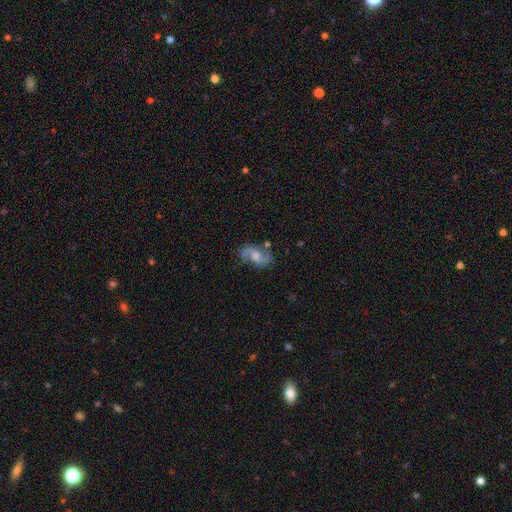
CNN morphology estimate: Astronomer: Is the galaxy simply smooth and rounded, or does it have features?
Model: featured or disk — 77%.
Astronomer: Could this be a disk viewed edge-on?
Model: no — 97%.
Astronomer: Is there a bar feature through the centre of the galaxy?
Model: no — 56% (runner-up: weak, 38%).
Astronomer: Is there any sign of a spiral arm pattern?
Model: yes — 94%.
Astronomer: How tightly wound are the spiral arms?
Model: loose — 45% (runner-up: medium, 44%).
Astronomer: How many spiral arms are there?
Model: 2 — 91%.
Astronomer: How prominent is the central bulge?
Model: moderate — 59%.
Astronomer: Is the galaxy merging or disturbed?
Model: none — 72%.